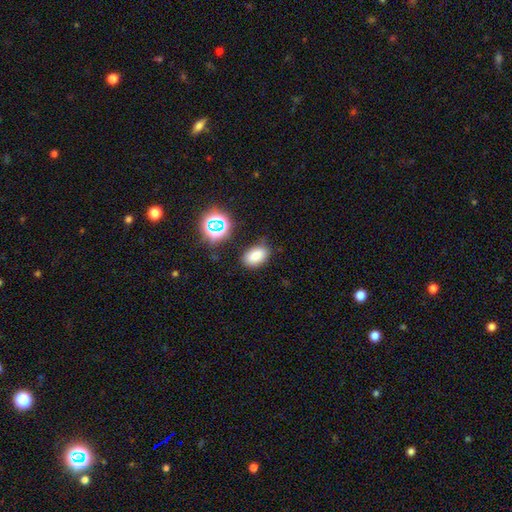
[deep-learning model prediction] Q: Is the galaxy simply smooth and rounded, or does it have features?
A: smooth — 78%.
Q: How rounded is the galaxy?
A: in between — 86%.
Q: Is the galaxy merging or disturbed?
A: none — 79%.